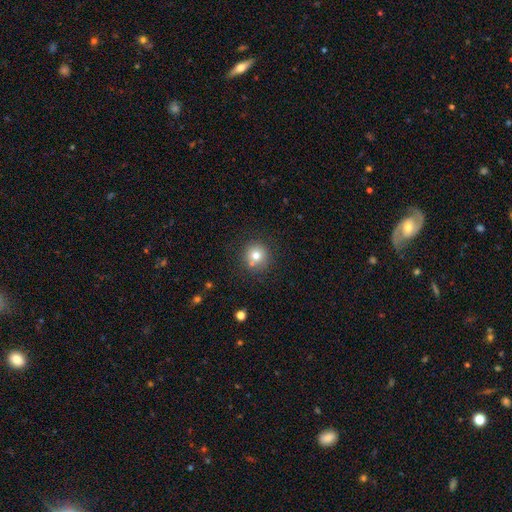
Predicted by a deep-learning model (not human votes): A smooth galaxy with no disk features (74%) that is round (93%). Merging: none (74%).